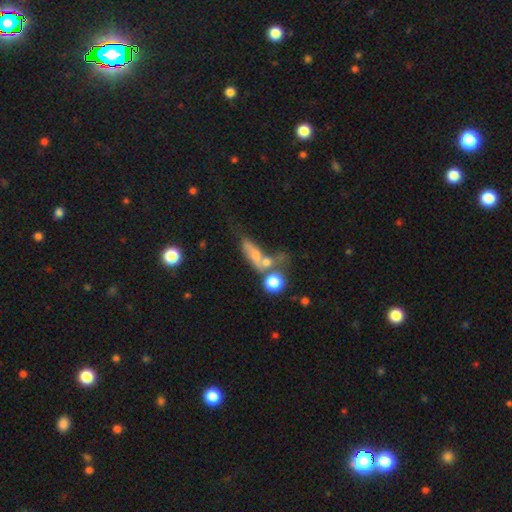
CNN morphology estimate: Overall: smooth (56%; featured or disk 31%). How rounded: in between (52%; cigar-shaped 29%). Merging: merger (43%; none 23%).